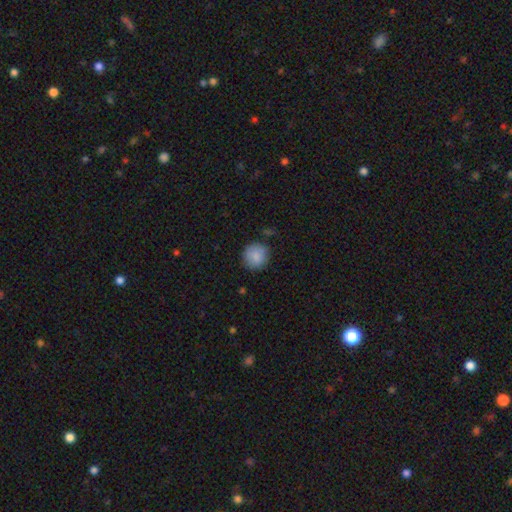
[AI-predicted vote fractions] Q: Smooth or featured?
A: smooth (87%); runner-up: star or artifact (8%)
Q: How rounded?
A: round (91%); runner-up: in between (8%)
Q: Merging?
A: none (81%); runner-up: minor disturbance (13%)